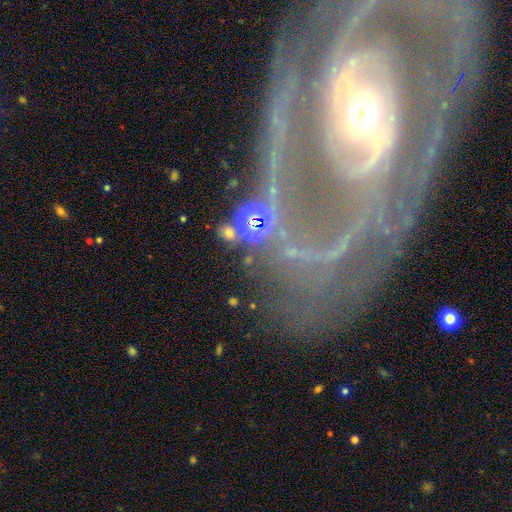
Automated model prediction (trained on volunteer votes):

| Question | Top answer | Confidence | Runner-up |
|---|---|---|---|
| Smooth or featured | featured or disk | 78% | star or artifact (11%) |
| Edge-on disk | no | 91% | yes (9%) |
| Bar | strong | 38% | no (35%) |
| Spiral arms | yes | 78% | no (22%) |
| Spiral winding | tight | 46% | medium (35%) |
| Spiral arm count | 2 | 45% | can't tell (24%) |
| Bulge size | moderate | 56% | small (28%) |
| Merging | none | 59% | major disturbance (18%) |